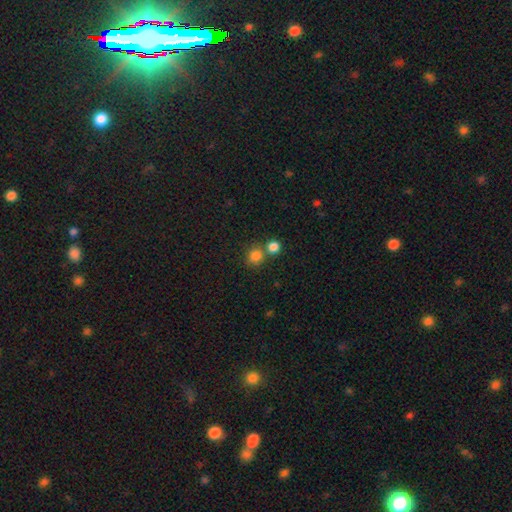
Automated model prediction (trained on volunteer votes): Smooth or featured? Predicted: smooth (p=0.82). How rounded? Predicted: round (p=0.87). Merging? Predicted: none (p=0.61).